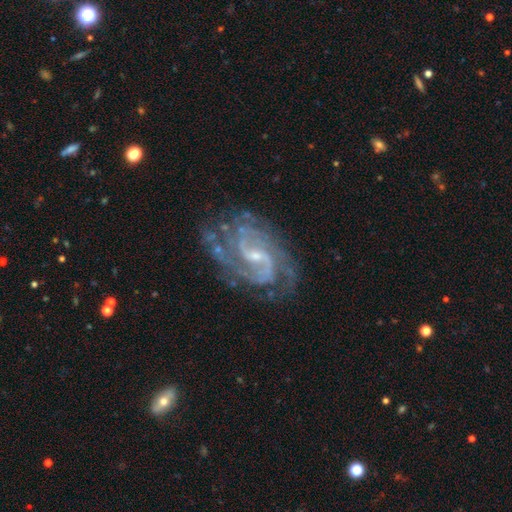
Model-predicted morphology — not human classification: featured or disk 91%, star or artifact 6%, smooth 4%. Down the decision tree: edge-on disk — no (97%); bar — weak (57%); spiral arms — yes (98%); spiral arm count — 2 (62%); spiral winding — medium (51%); bulge size — small (67%); merging — none (68%).